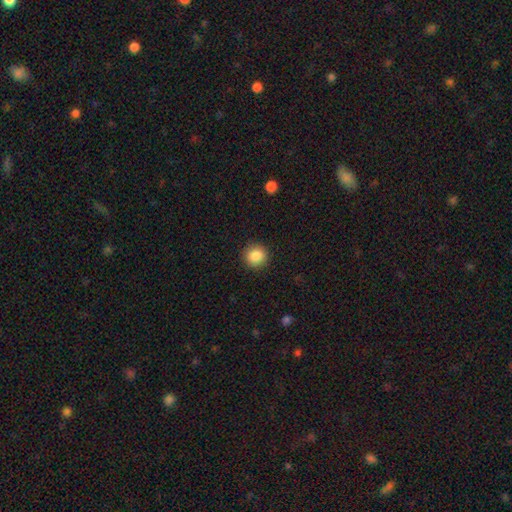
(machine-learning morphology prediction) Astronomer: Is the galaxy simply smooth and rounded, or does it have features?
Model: smooth — 87%.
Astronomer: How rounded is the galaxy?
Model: round — 93%.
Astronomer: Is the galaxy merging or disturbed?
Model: none — 92%.